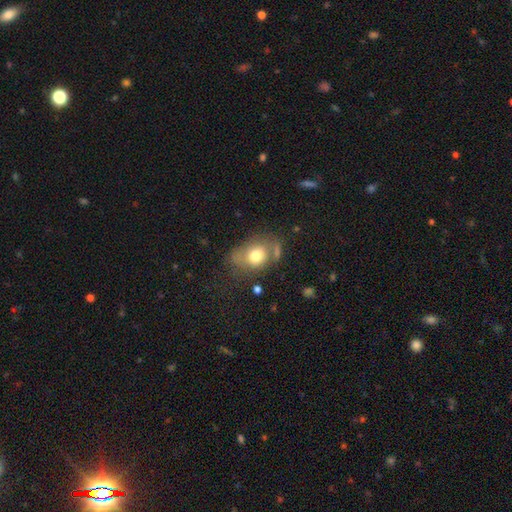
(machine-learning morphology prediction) Q: Smooth or featured?
A: smooth (73%); runner-up: featured or disk (18%)
Q: How rounded?
A: in between (64%); runner-up: round (35%)
Q: Merging?
A: none (48%); runner-up: minor disturbance (26%)